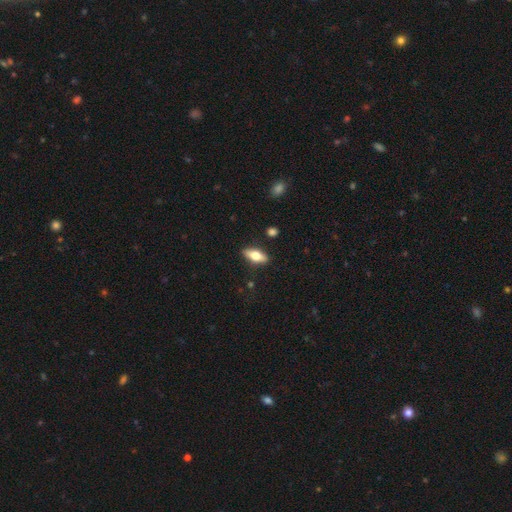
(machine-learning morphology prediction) This appears to be a smooth galaxy with no disk features (61%) that is in between round and cigar-shaped (77%). Merging: none (87%).